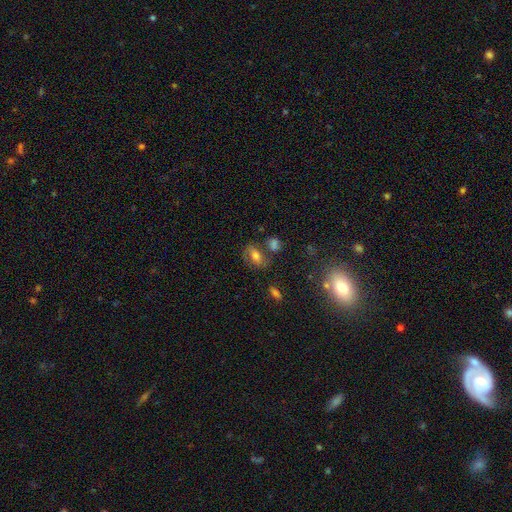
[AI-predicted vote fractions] Q: Smooth or featured?
A: smooth (52%); runner-up: featured or disk (34%)
Q: How rounded?
A: in between (79%); runner-up: round (18%)
Q: Merging?
A: none (59%); runner-up: minor disturbance (18%)